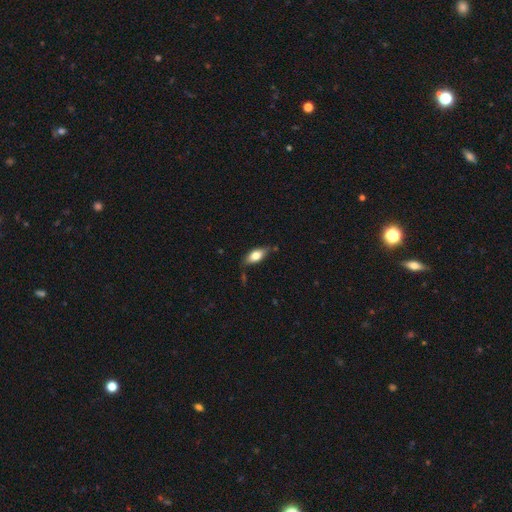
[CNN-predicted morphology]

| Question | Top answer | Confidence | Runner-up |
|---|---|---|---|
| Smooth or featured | smooth | 70% | featured or disk (23%) |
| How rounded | in between | 83% | cigar-shaped (13%) |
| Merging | none | 75% | minor disturbance (19%) |